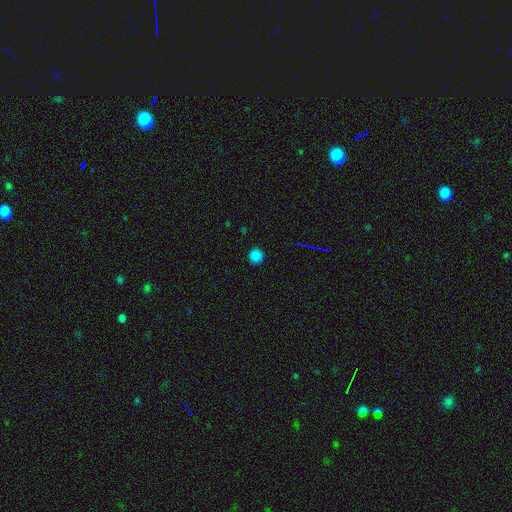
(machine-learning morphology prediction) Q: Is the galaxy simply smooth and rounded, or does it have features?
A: smooth — 83%.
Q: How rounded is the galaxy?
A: round — 93%.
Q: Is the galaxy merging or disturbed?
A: none — 91%.